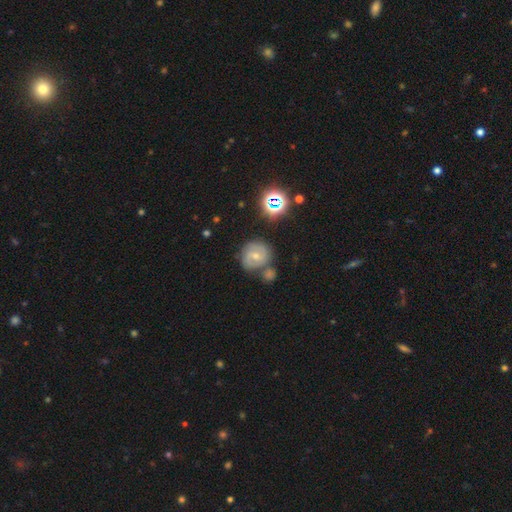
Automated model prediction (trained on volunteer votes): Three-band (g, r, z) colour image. It shows a featured or disk galaxy (63%) with no bar (47%), 2 (63%) tight (52%) spiral arms (86%) and a moderate central bulge (51%). Merging: none (61%).